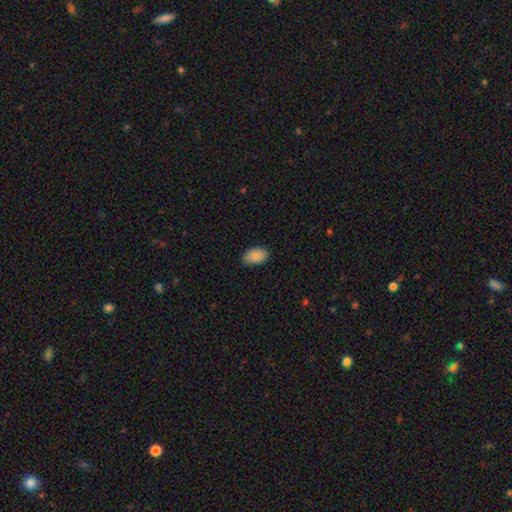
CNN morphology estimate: Smooth or featured? smooth (89%)
How rounded? in between (93%)
Merging? none (84%)